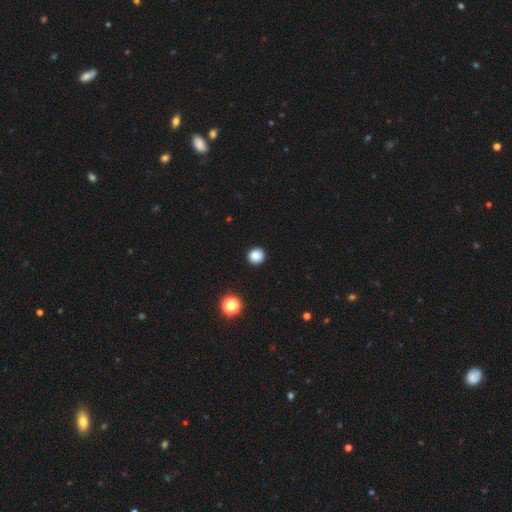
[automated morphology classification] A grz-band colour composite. It shows a smooth galaxy with no disk features (85%) that is round (92%). Merging: none (92%).